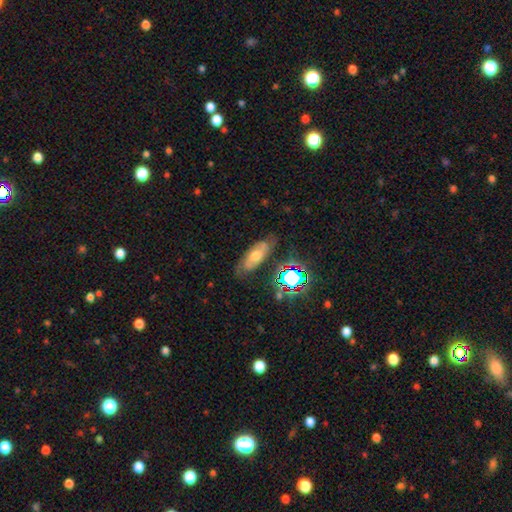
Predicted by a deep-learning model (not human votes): featured or disk 58%, smooth 24%, star or artifact 18%. Down the decision tree: edge-on disk — no (84%); merging — none (73%).